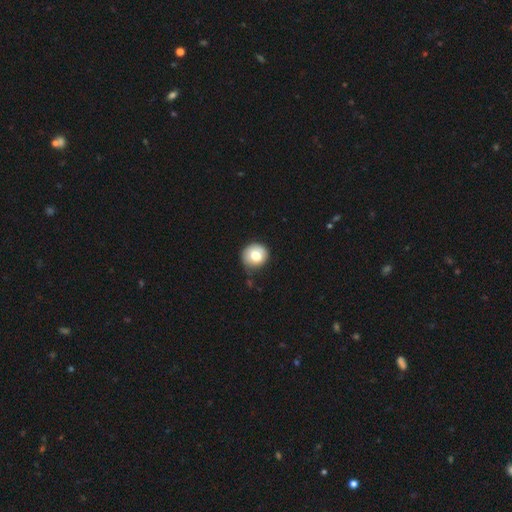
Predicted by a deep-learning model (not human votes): A smooth galaxy with no disk features (75%) that is round (92%). Merging: none (73%).